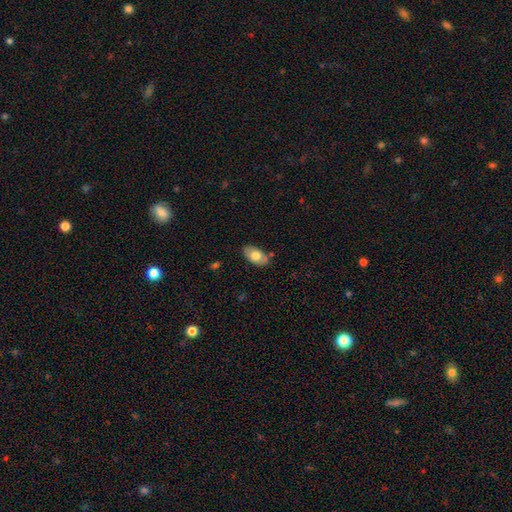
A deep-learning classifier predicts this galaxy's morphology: This is likely a smooth galaxy (72%). How rounded: clearly in between (93%). Merging: likely none (78%).